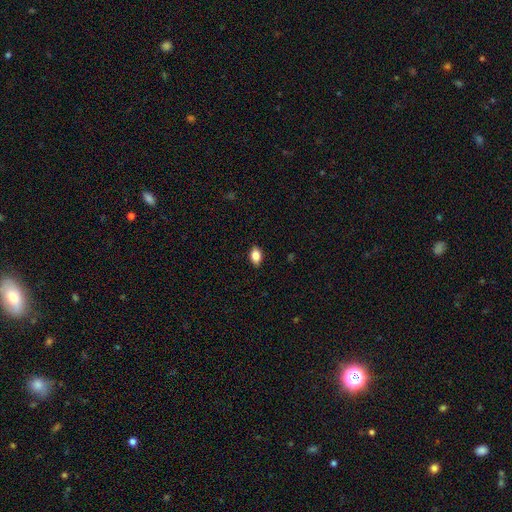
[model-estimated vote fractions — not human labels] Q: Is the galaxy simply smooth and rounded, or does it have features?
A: smooth — 83%.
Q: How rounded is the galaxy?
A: in between — 86%.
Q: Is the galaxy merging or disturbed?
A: none — 87%.